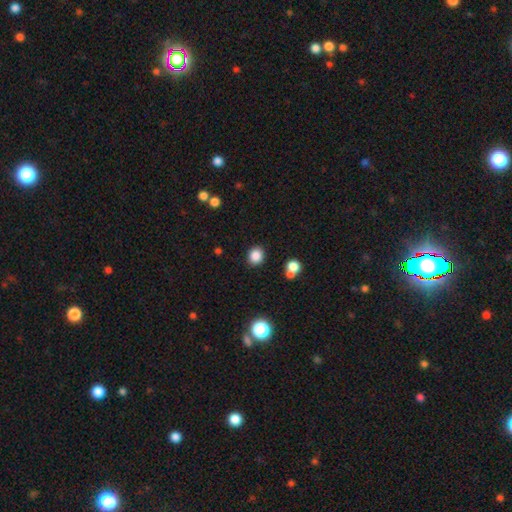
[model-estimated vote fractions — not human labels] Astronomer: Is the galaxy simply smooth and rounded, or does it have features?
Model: smooth — 85%.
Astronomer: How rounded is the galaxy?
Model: round — 76%.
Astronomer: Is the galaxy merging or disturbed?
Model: none — 85%.